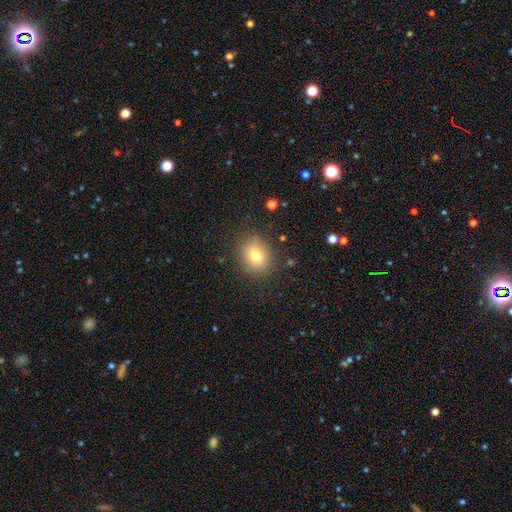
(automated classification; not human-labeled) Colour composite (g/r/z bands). It shows a smooth galaxy with no disk features (76%) that is round (67%). Merging: none (84%).